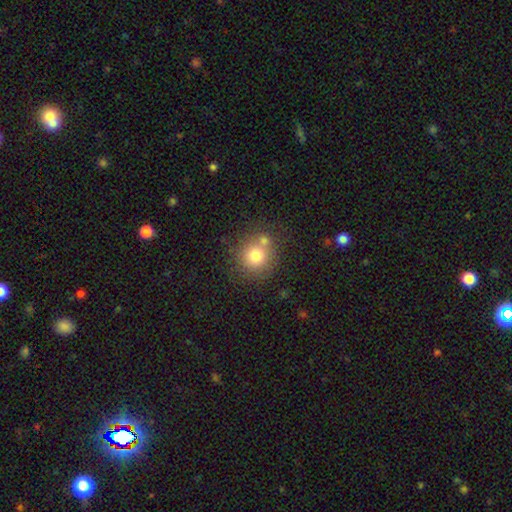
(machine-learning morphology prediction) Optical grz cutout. It shows a smooth galaxy with no disk features (77%) that is round (91%). Merging: none (64%).